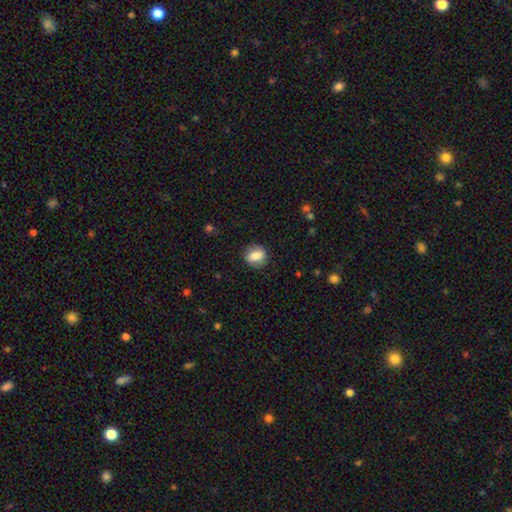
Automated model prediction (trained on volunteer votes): Smooth or featured?
  - smooth: 80% *
  - featured or disk: 13%
  - star or artifact: 8%
How rounded?
  - round: 49% * (tied)
  - in between: 49% * (tied)
  - cigar-shaped: 2%
Merging?
  - none: 84% *
  - minor disturbance: 12%
  - major disturbance: 4%
  - merger: 1%